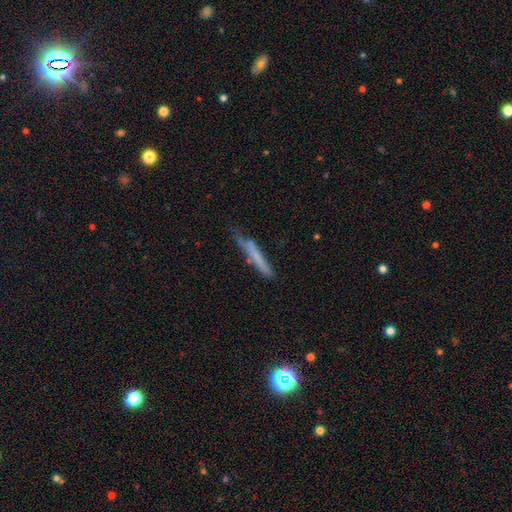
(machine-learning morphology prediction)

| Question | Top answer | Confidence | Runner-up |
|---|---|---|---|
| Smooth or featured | smooth | 58% | featured or disk (34%) |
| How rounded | cigar-shaped | 95% | in between (4%) |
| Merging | none | 57% | minor disturbance (28%) |